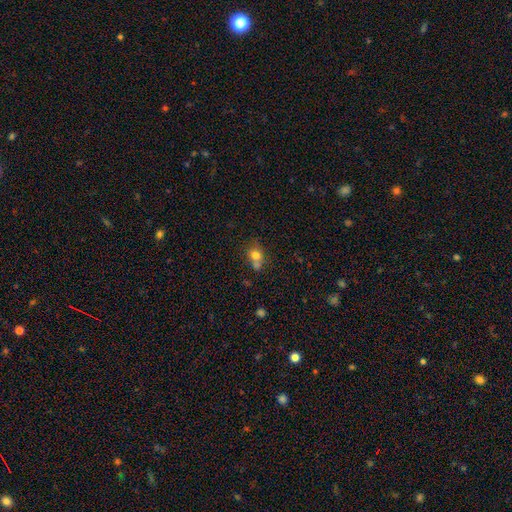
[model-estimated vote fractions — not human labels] Morphology: type=smooth (75%); roundness=round (59%); merging=none (43%).